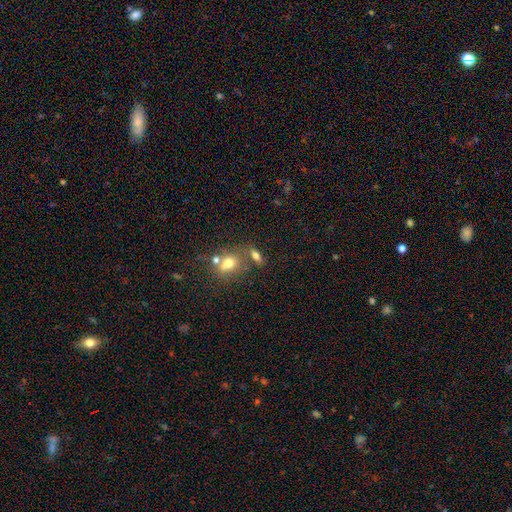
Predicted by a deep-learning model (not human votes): Overall: smooth (70%). How rounded: in between (71%). Merging: none (52%; merger 29%).